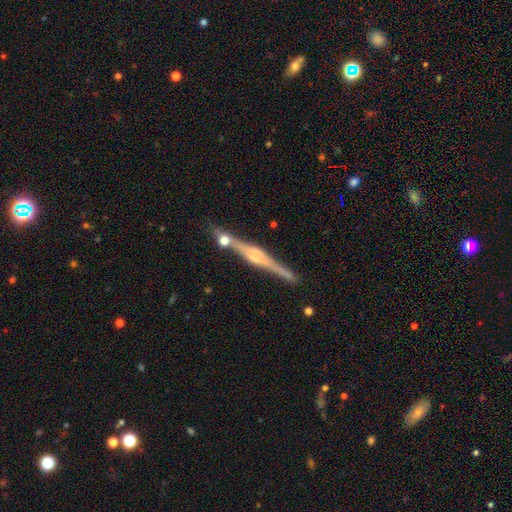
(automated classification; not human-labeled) This is clearly a featured or disk galaxy (83%). It is clearly viewed edge-on (98%). Edge-on bulge: possibly rounded (57%). Merging: likely none (79%).